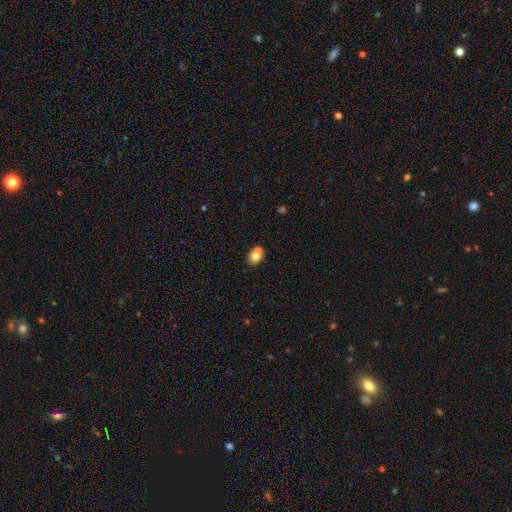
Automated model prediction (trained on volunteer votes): Smooth or featured? Predicted: smooth (p=0.74). How rounded? Predicted: round (p=0.56). Merging? Predicted: none (p=0.48).